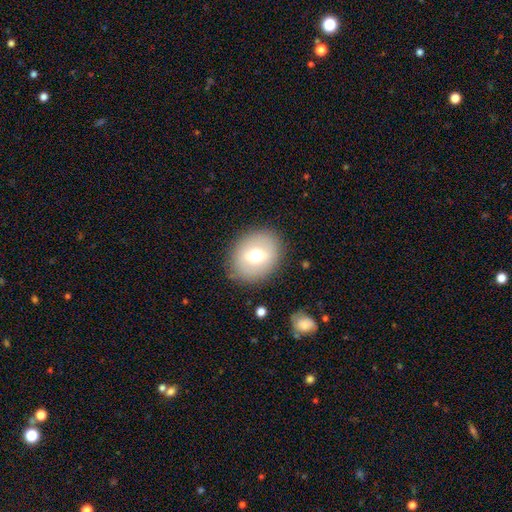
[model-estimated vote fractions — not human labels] Smooth or featured? smooth (63%)
How rounded? round (57%)
Merging? none (84%)